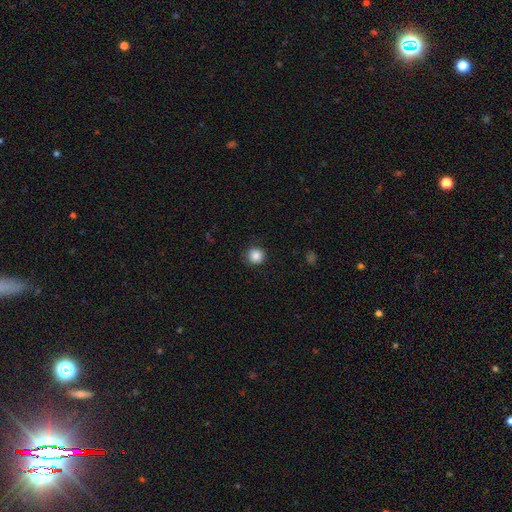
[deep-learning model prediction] smooth 86%, star or artifact 10%, featured or disk 4%. Down the decision tree: how rounded — round (94%); merging — none (88%).